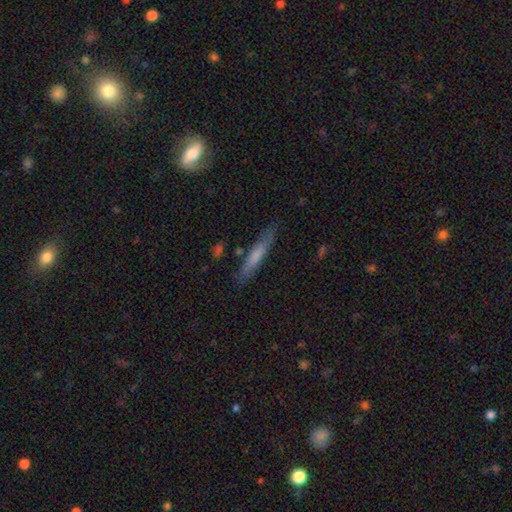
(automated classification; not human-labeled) This is likely a smooth galaxy (66%). How rounded: clearly cigar-shaped (92%). Merging: clearly none (81%).